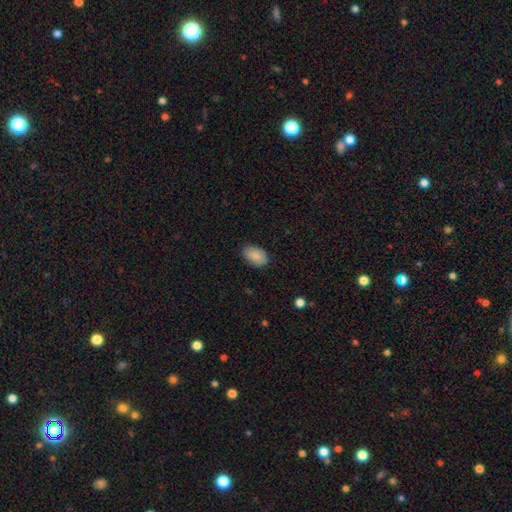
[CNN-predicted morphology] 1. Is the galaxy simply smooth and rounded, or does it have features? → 89% smooth, 7% star or artifact, 4% featured or disk.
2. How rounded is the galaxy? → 90% in between, 9% round, 1% cigar-shaped.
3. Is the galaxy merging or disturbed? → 83% none, 13% minor disturbance, 3% major disturbance, 1% merger.